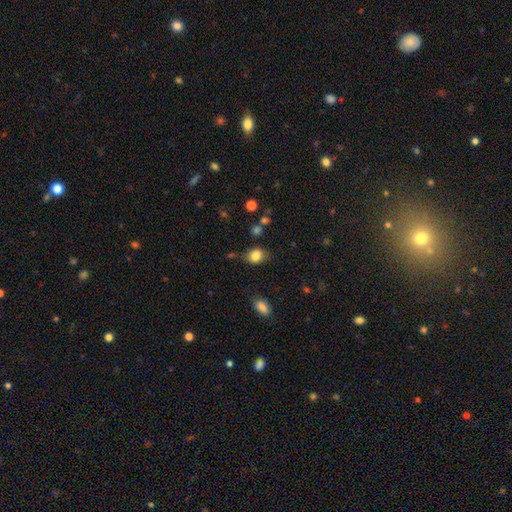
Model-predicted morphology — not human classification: type=smooth (83%); roundness=in between (53%); merging=none (73%).